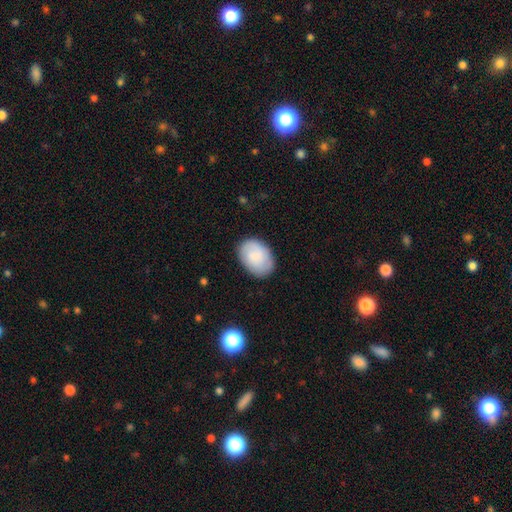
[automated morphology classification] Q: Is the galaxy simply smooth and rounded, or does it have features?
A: smooth — 79%.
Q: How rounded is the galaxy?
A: in between — 81%.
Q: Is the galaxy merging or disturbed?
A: none — 83%.